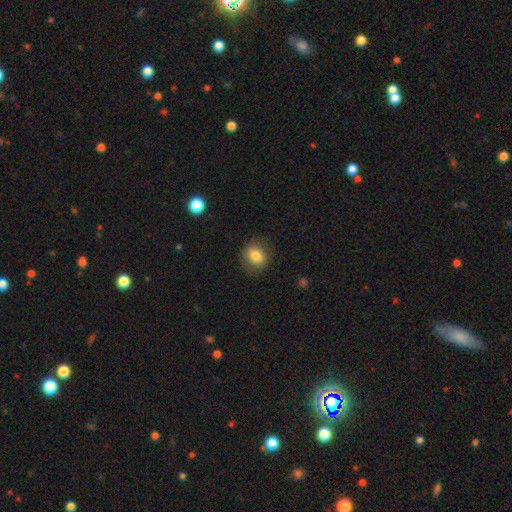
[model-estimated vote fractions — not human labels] Morphology: type=smooth (79%); roundness=round (65%); merging=none (83%).